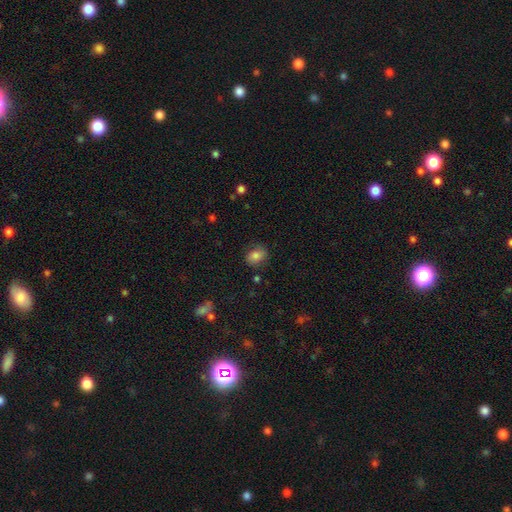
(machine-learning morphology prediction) A smooth galaxy with no disk features (79%) that is in between round and cigar-shaped (54%).

Vote fractions:
- Smooth or featured? smooth: 79% / featured or disk: 11% / star or artifact: 10%
- How rounded? in between: 54% / round: 45% / cigar-shaped: 1%
- Merging? none: 79% / minor disturbance: 15% / major disturbance: 4% / merger: 2%